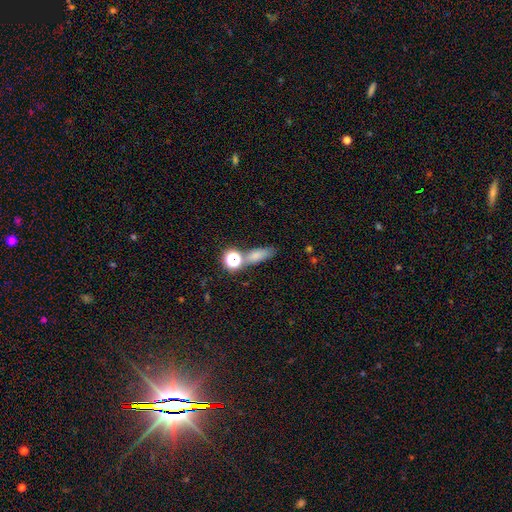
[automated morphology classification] smooth 69%, star or artifact 20%, featured or disk 11%. Down the decision tree: how rounded — in between (52%); merging — none (64%).